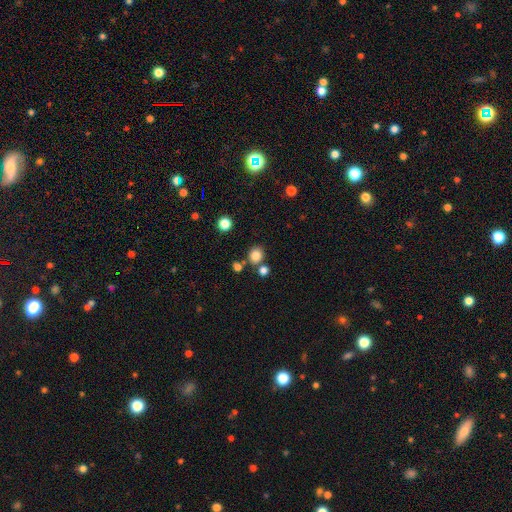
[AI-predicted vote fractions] Smooth or featured? smooth (82%)
How rounded? round (81%)
Merging? none (73%)